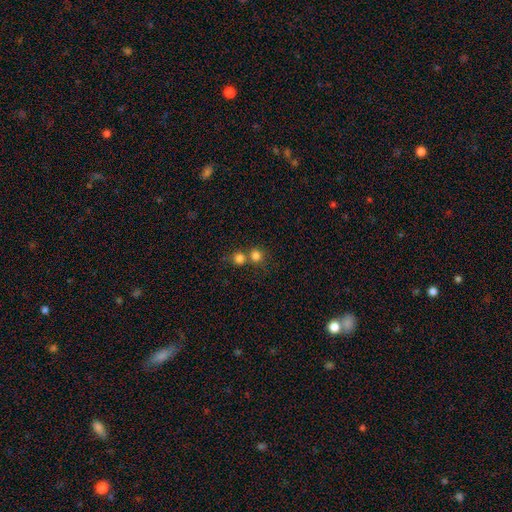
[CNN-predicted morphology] A smooth galaxy with no disk features (79%) that is round (90%).

Vote fractions:
- Smooth or featured? smooth: 79% / star or artifact: 14% / featured or disk: 7%
- How rounded? round: 90% / in between: 9% / cigar-shaped: 1%
- Merging? none: 50% / merger: 41% / minor disturbance: 6% / major disturbance: 3%